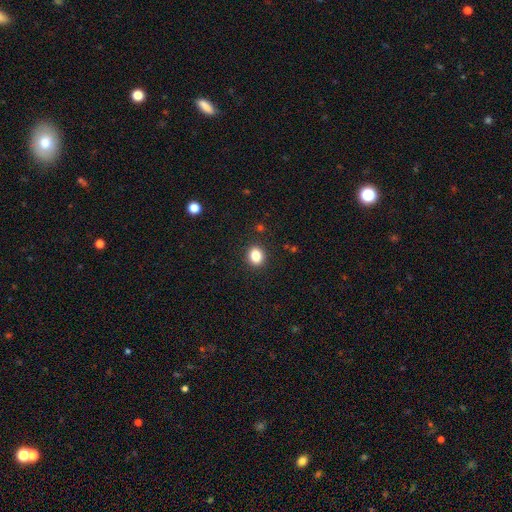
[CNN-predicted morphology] Smooth or featured? smooth (85%)
How rounded? round (62%)
Merging? none (90%)